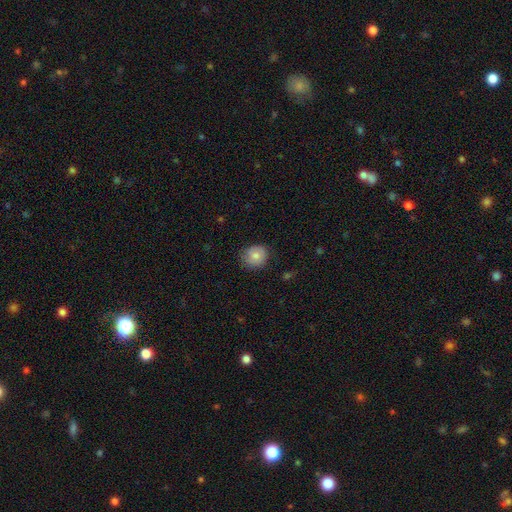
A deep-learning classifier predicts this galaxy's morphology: Smooth or featured?
  - smooth: 80% *
  - featured or disk: 12%
  - star or artifact: 8%
How rounded?
  - round: 81% *
  - in between: 18%
  - cigar-shaped: 1%
Merging?
  - none: 78% *
  - minor disturbance: 18%
  - major disturbance: 4%
  - merger: 1%